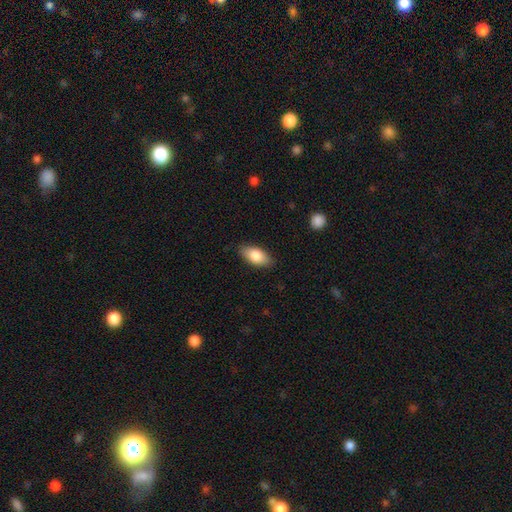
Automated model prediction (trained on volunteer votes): A smooth galaxy with no disk features (82%) that is in between round and cigar-shaped (90%). Merging: none (86%).